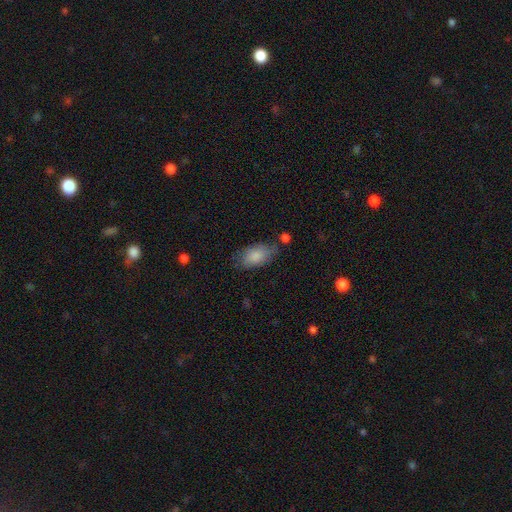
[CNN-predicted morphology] smooth 84%, featured or disk 9%, star or artifact 7%. Down the decision tree: how rounded — in between (92%); merging — none (66%).